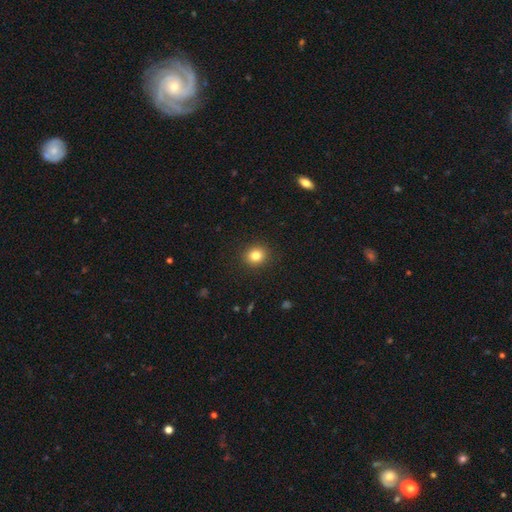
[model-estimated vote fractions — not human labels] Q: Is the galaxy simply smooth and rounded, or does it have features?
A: smooth — 82%.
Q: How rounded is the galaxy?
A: round — 81%.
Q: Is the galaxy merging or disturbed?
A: none — 91%.